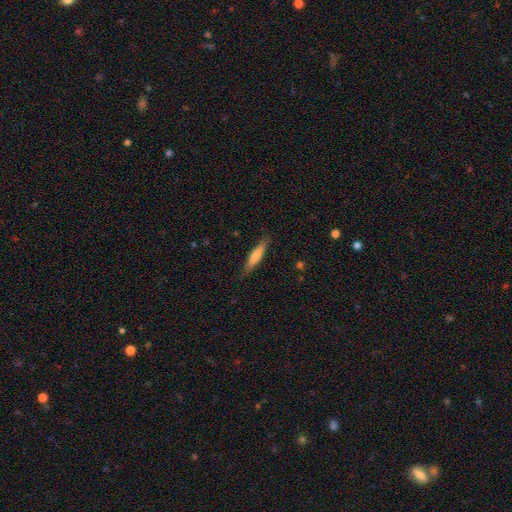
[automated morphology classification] This appears to be a smooth galaxy with no disk features (75%) that is cigar-shaped (82%). Merging: none (85%).